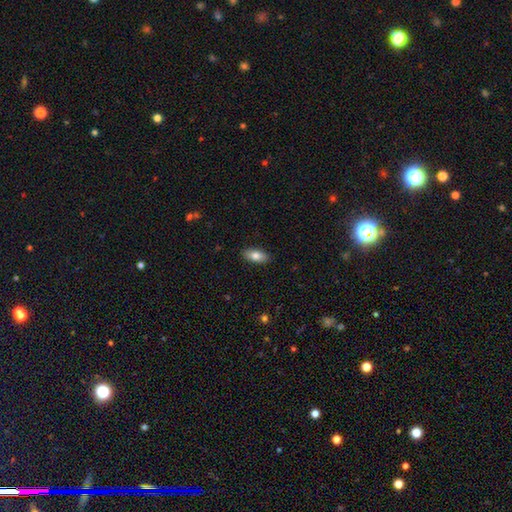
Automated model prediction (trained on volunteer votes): smooth 81%, featured or disk 13%, star or artifact 7%. Down the decision tree: how rounded — in between (89%); merging — none (89%).